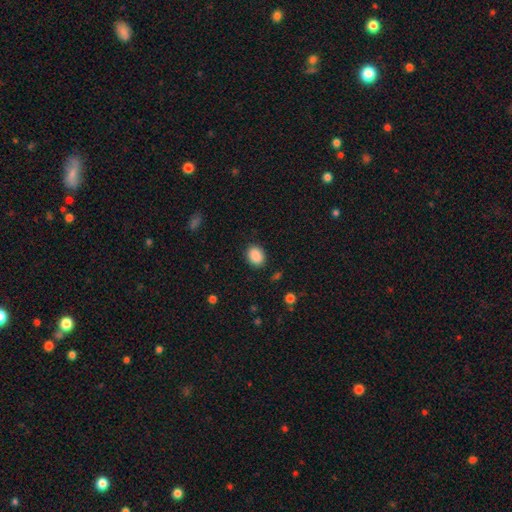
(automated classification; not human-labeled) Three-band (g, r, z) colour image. It shows a smooth galaxy with no disk features (88%) that is in between round and cigar-shaped (56%). Merging: none (88%).